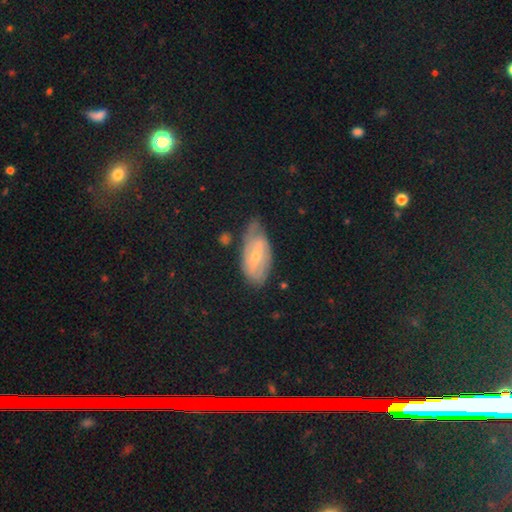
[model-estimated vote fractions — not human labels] Morphology: type=featured or disk (62%); edge-on=no (90%); bar=weak (48%); spiral arms=yes (75%); bulge=small (63%); merging=none (51%).